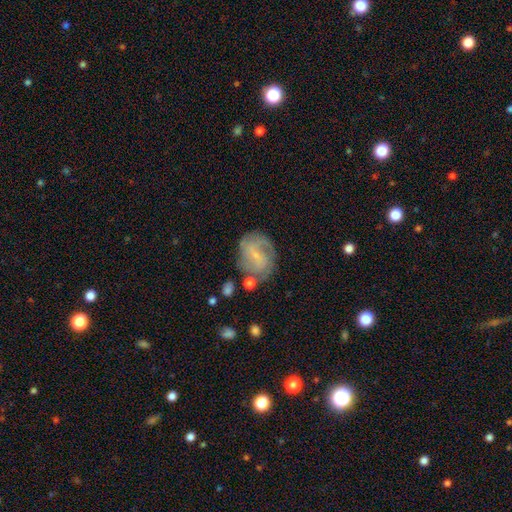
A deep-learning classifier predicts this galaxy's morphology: A featured or disk galaxy (67%) with a weak bar (46%), 2 (46%) medium (43%) spiral arms (86%) and a small central bulge (72%).

Vote fractions:
- Smooth or featured? featured or disk: 67% / smooth: 25% / star or artifact: 8%
- Edge-on disk? no: 97% / yes: 3%
- Bar? weak: 46% / no: 41% / strong: 12%
- Spiral arms? yes: 86% / no: 14%
- Spiral winding? medium: 43% / tight: 35% / loose: 21%
- Spiral arm count? 2: 46% / can't tell: 28% / 3: 13% / 1: 5% / 4: 4% / more than 4: 3%
- Bulge size? small: 72% / none: 14% / moderate: 12% / large: 1% / dominant: 1%
- Merging? none: 64% / minor disturbance: 20% / major disturbance: 10% / merger: 5%